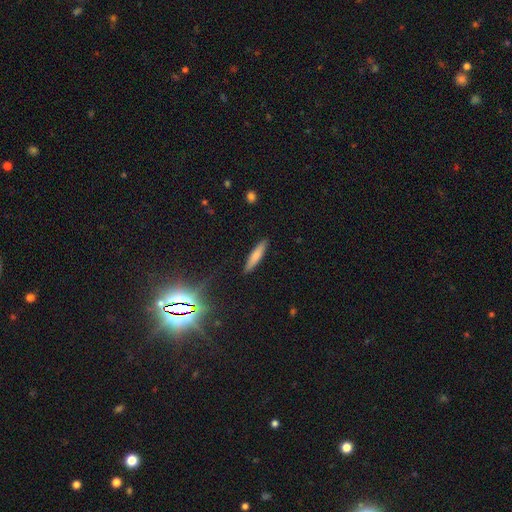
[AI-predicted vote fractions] Smooth or featured: smooth — 75% (featured or disk — 18%)
How rounded: cigar-shaped — 86% (in between — 12%)
Merging: none — 90% (minor disturbance — 7%)